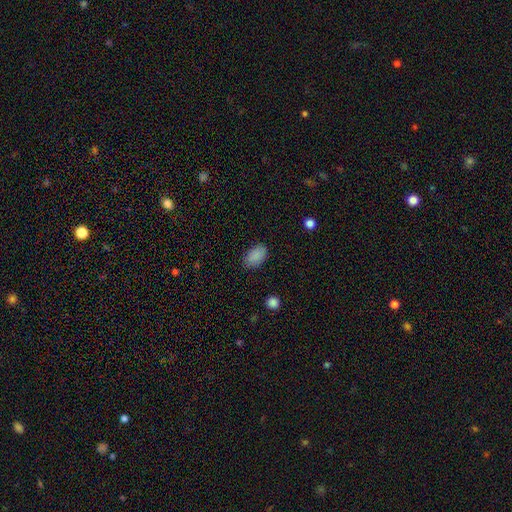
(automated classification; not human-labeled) A smooth galaxy with no disk features (88%) that is in between round and cigar-shaped (91%).

Vote fractions:
- Smooth or featured? smooth: 88% / star or artifact: 8% / featured or disk: 4%
- How rounded? in between: 91% / round: 8% / cigar-shaped: 1%
- Merging? none: 81% / minor disturbance: 15% / major disturbance: 3% / merger: 1%